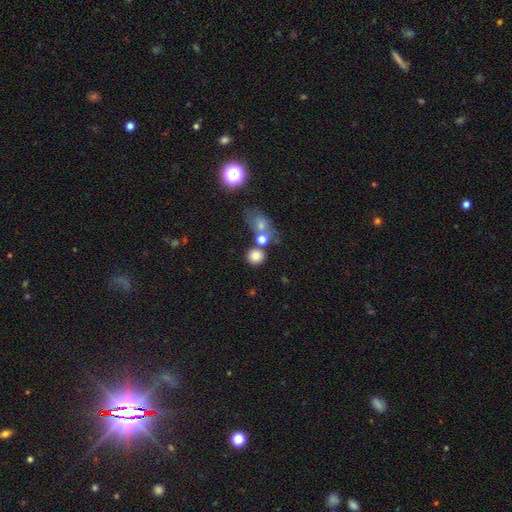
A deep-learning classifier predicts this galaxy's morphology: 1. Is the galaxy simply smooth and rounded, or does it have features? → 79% smooth, 12% star or artifact, 9% featured or disk.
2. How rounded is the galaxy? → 84% round, 15% in between, 1% cigar-shaped.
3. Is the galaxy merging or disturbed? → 63% none, 23% merger, 10% minor disturbance, 4% major disturbance.